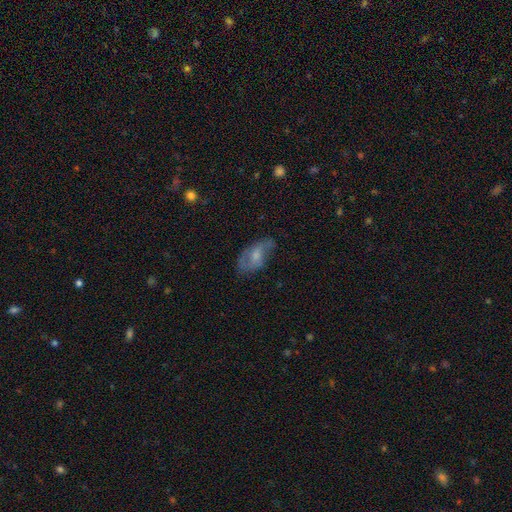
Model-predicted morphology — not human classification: The model was most divided on "smooth or featured": featured or disk: 52%, smooth: 41%, star or artifact: 8%. More confident: edge-on disk — no (92%); merging — none (58%).